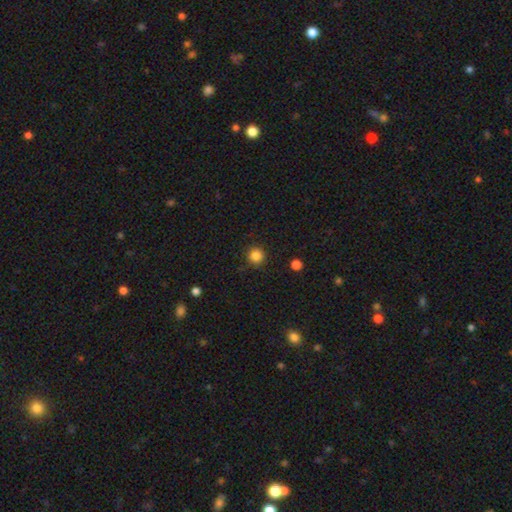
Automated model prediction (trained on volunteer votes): Overall: smooth (84%). How rounded: round (95%). Merging: none (90%).